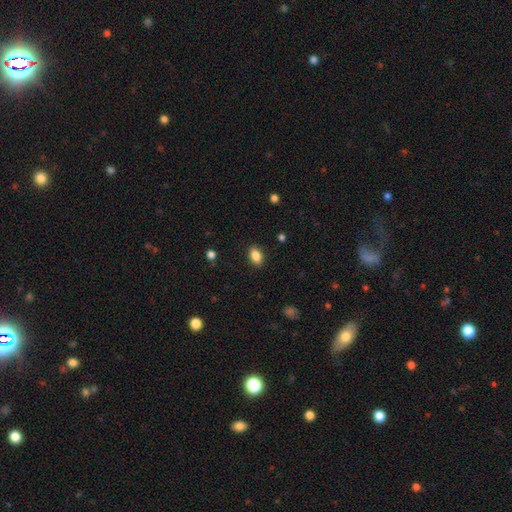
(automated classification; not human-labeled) This appears to be a smooth galaxy with no disk features (87%) that is in between round and cigar-shaped (89%). Merging: none (88%).